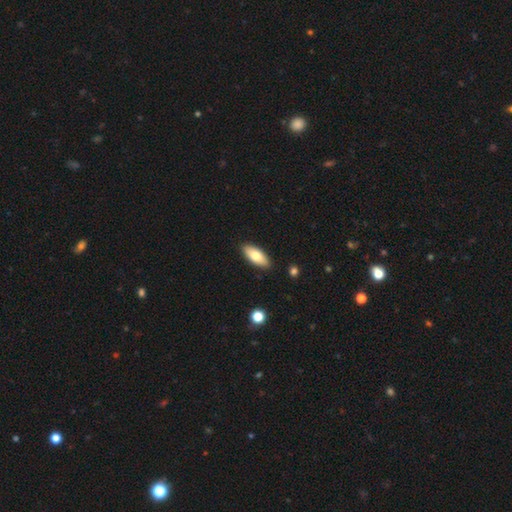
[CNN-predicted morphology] type=smooth (76%); roundness=in between (83%); merging=none (89%).